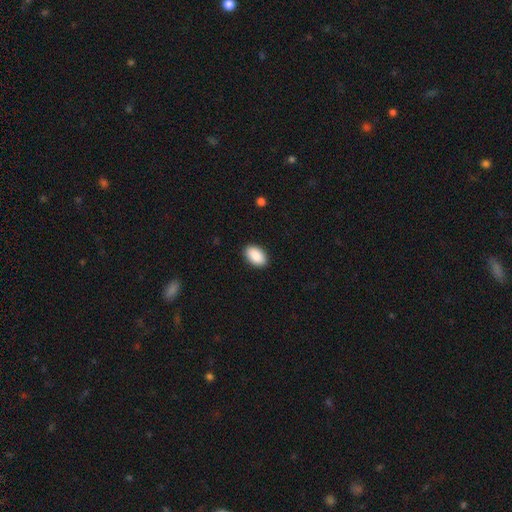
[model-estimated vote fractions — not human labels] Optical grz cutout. It shows a smooth galaxy with no disk features (91%) that is in between round and cigar-shaped (94%). Merging: none (90%).